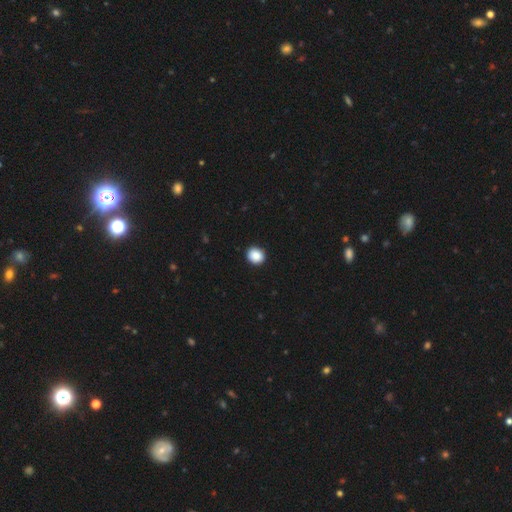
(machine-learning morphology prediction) Smooth or featured? Predicted: smooth (p=0.88). How rounded? Predicted: round (p=0.80). Merging? Predicted: none (p=0.92).